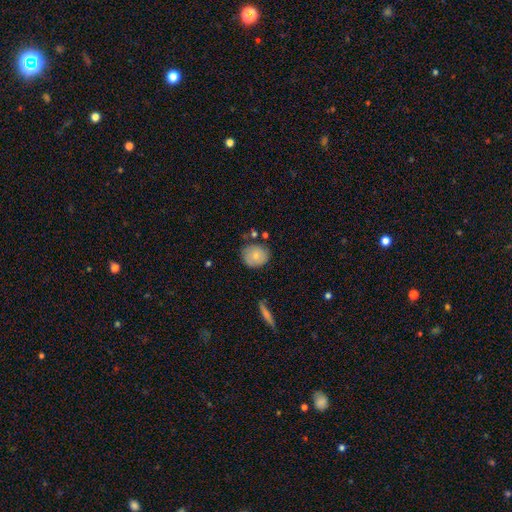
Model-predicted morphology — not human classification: smooth 78%, featured or disk 14%, star or artifact 7%. Down the decision tree: how rounded — round (76%); merging — none (75%).